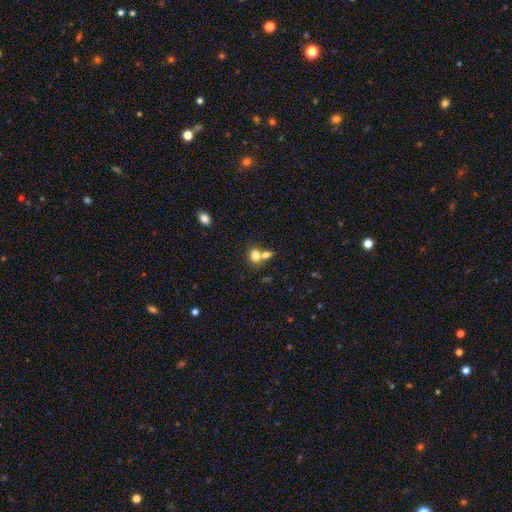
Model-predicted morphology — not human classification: A smooth galaxy with no disk features (78%) that is in between round and cigar-shaped (54%).

Vote fractions:
- Smooth or featured? smooth: 78% / featured or disk: 11% / star or artifact: 11%
- How rounded? in between: 54% / round: 44% / cigar-shaped: 1%
- Merging? merger: 52% / none: 36% / minor disturbance: 9% / major disturbance: 4%